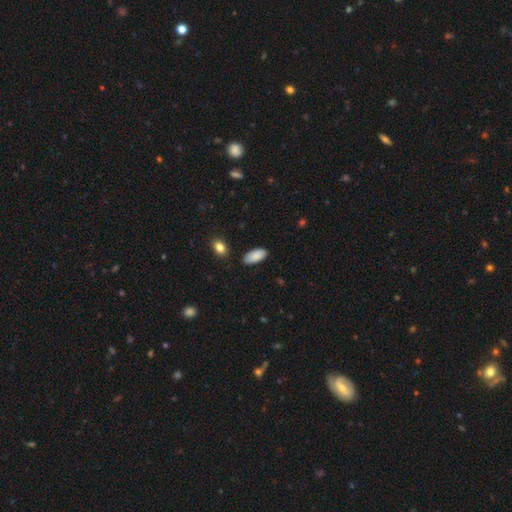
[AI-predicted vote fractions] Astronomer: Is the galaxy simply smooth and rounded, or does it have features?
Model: smooth — 89%.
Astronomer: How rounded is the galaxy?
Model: in between — 91%.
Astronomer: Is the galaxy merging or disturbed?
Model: none — 85%.